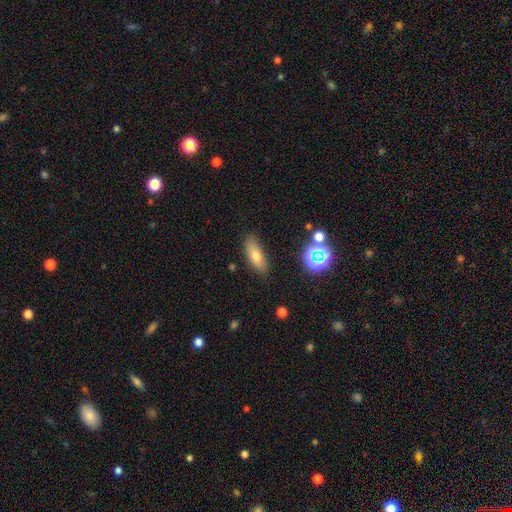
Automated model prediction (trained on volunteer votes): Overall: smooth (72%). How rounded: in between (64%; cigar-shaped 31%). Merging: none (83%).